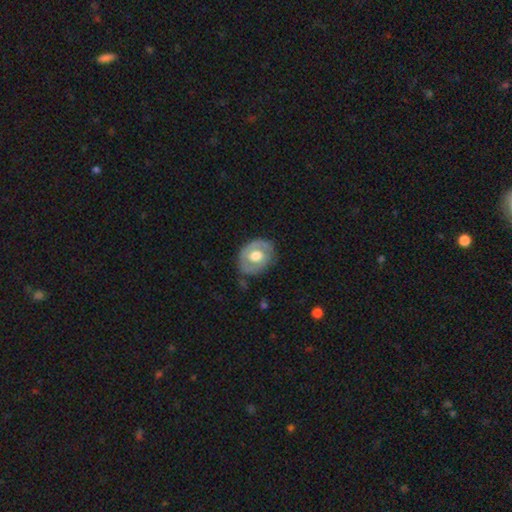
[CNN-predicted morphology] type=featured or disk (58%); edge-on=no (95%); bar=no (75%); spiral arms=no (61%); bulge=moderate (55%); merging=none (71%).